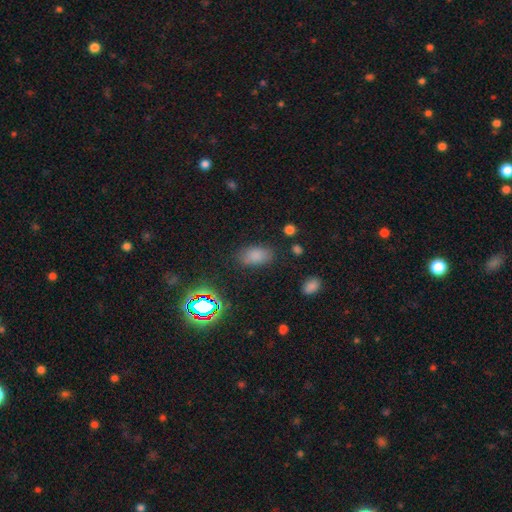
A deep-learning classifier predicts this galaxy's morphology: Smooth or featured? smooth (79%)
How rounded? in between (91%)
Merging? none (78%)